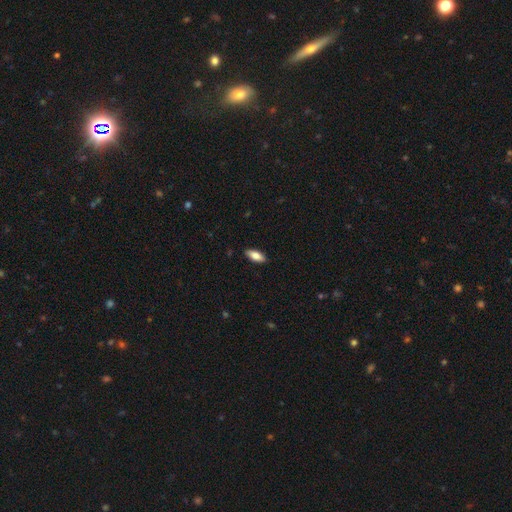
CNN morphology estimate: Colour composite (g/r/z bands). It shows a smooth galaxy with no disk features (81%) that is in between round and cigar-shaped (82%). Merging: none (89%).